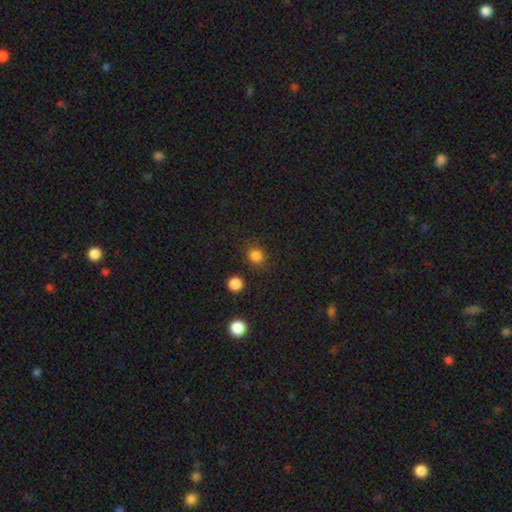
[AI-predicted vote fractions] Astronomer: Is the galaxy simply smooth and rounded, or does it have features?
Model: smooth — 83%.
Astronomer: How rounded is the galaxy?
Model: round — 78%.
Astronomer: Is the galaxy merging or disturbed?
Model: none — 82%.